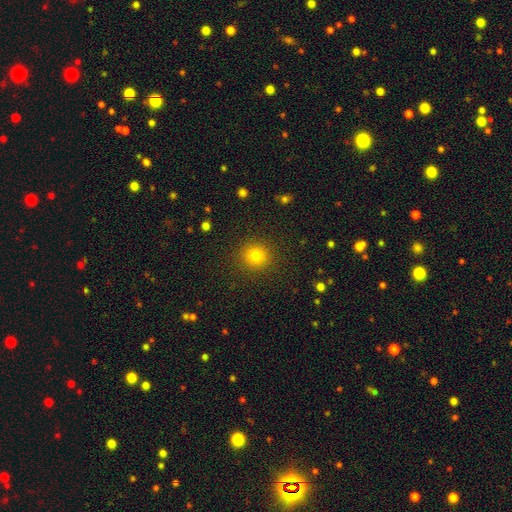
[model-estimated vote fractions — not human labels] smooth 80%, star or artifact 14%, featured or disk 6%. Down the decision tree: how rounded — round (91%); merging — none (90%).